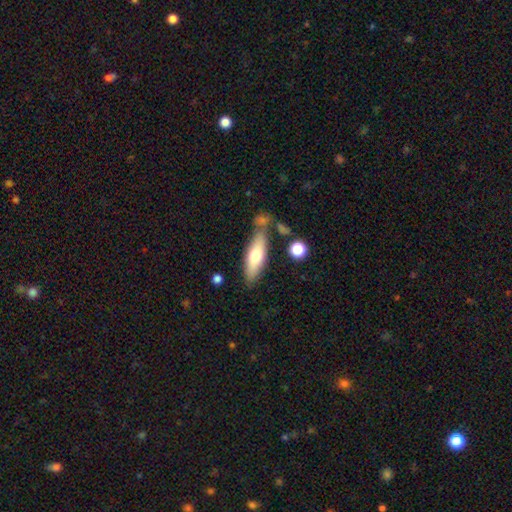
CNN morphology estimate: Smooth or featured: smooth — 65% (featured or disk — 29%)
How rounded: in between — 50% (cigar-shaped — 48%)
Merging: none — 67% (minor disturbance — 16%)